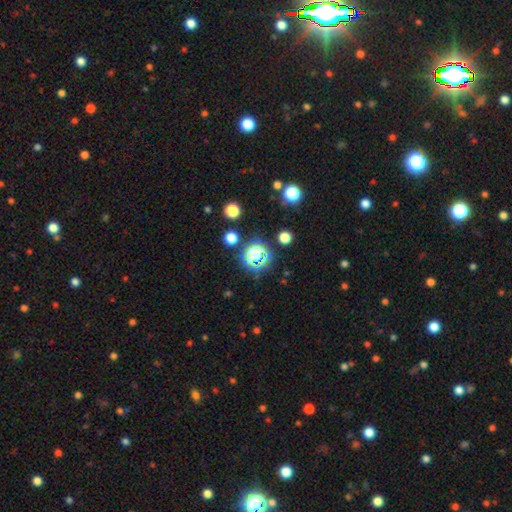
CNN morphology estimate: This is possibly a star or artifact rather than a galaxy (59%).